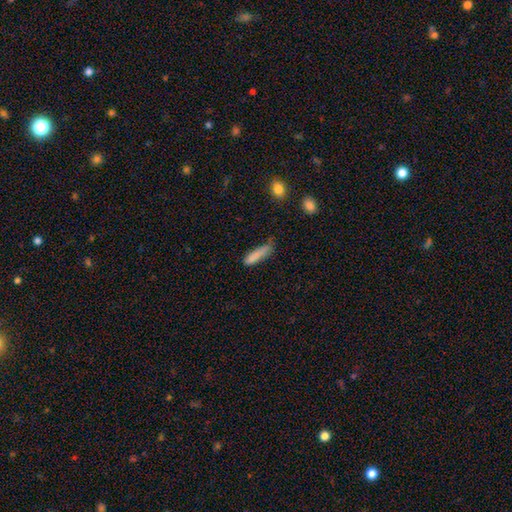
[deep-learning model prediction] A smooth galaxy with no disk features (84%) that is cigar-shaped (77%).

Vote fractions:
- Smooth or featured? smooth: 84% / featured or disk: 8% / star or artifact: 8%
- How rounded? cigar-shaped: 77% / in between: 21% / round: 2%
- Merging? none: 54% / minor disturbance: 33% / major disturbance: 9% / merger: 4%